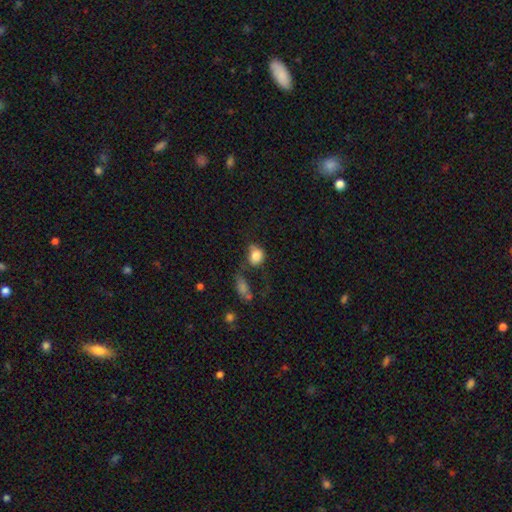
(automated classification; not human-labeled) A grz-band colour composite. It shows a smooth galaxy with no disk features (82%) that is round (60%). Merging: none (41%).